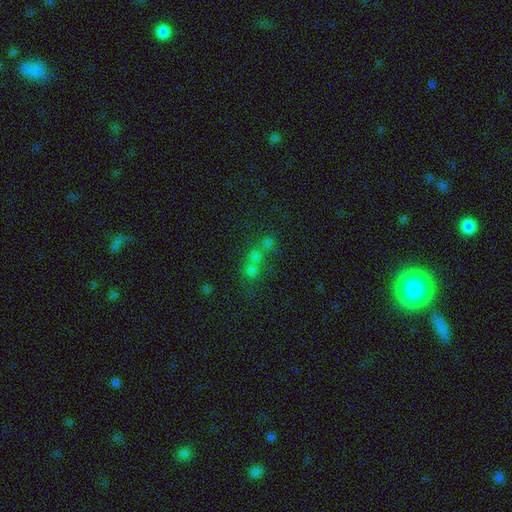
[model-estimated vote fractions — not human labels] smooth_or_featured: smooth (p=0.58) [alt: star or artifact p=0.27]
how_rounded: round (p=0.83) [alt: in between p=0.15]
merging: merger (p=0.54) [alt: none p=0.36]